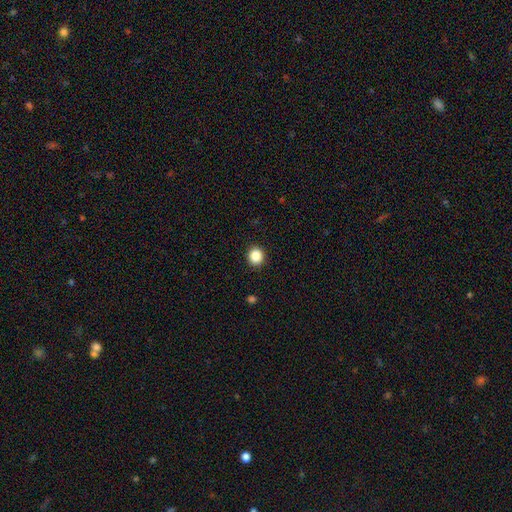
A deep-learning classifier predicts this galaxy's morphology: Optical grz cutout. It shows a smooth galaxy with no disk features (87%) that is round (85%). Merging: none (92%).